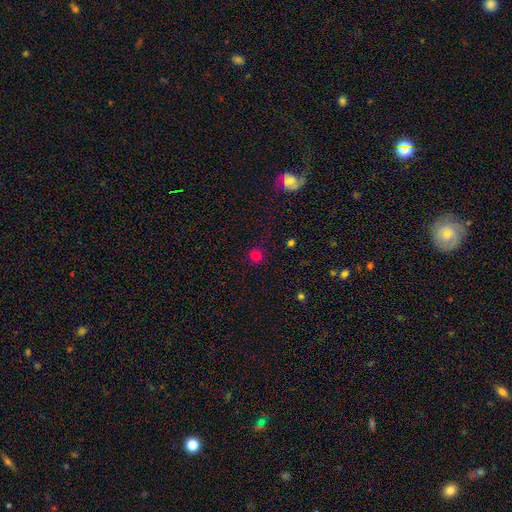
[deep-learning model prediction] This appears to be a smooth galaxy with no disk features (78%) that is round (94%). Merging: none (88%).